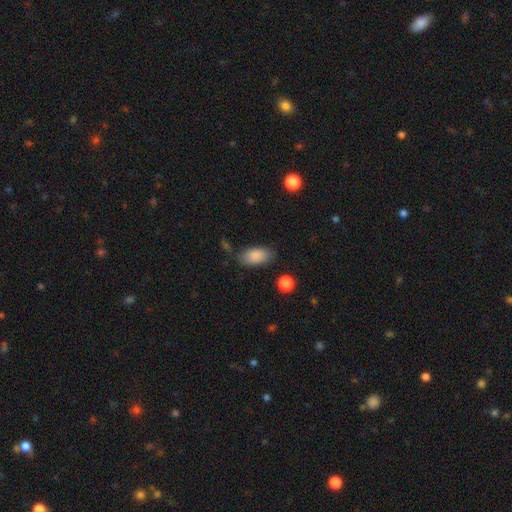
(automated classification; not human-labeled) Overall: smooth (87%). How rounded: in between (91%). Merging: none (75%).